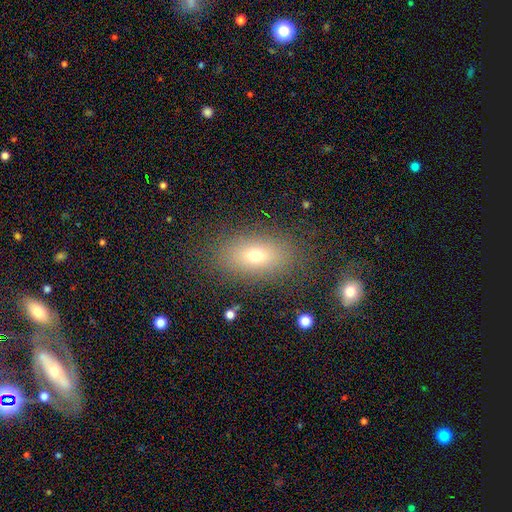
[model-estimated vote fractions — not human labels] This appears to be a smooth galaxy with no disk features (69%) that is in between round and cigar-shaped (83%). Merging: none (82%).